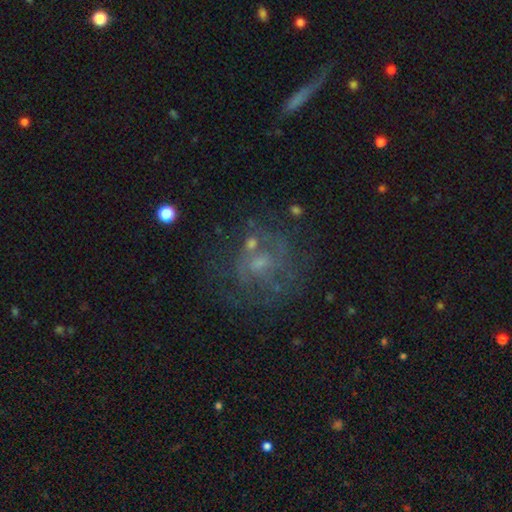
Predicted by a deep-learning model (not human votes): Overall: featured or disk (60%; smooth 21%). Edge-on disk: no (97%). Bar: no (72%). Spiral arms: yes (51%; no 49%). Bulge size: small (46%; moderate 29%). Merging: none (62%).